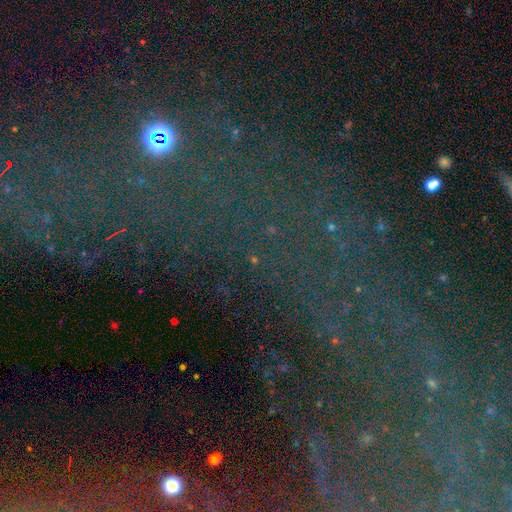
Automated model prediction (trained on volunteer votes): smooth-or-featured: star or artifact: 74% | featured or disk: 13% | smooth: 13%